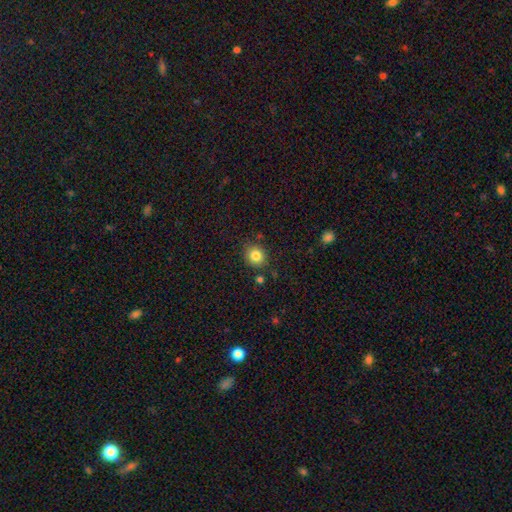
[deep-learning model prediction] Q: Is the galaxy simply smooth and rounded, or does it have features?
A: smooth — 83%.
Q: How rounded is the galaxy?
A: round — 86%.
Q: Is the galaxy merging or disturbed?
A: none — 84%.